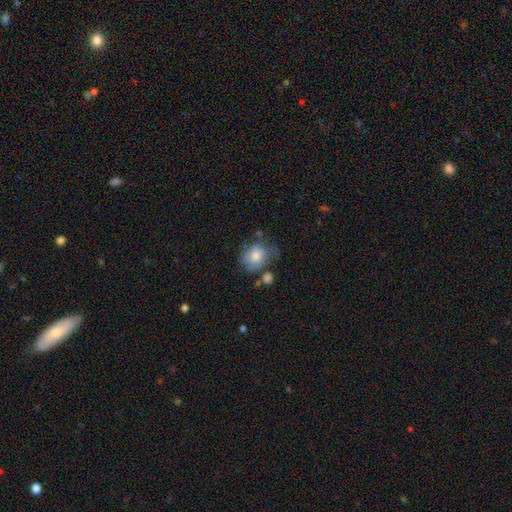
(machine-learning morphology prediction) Smooth or featured? smooth (63%)
How rounded? in between (51%)
Merging? none (46%)